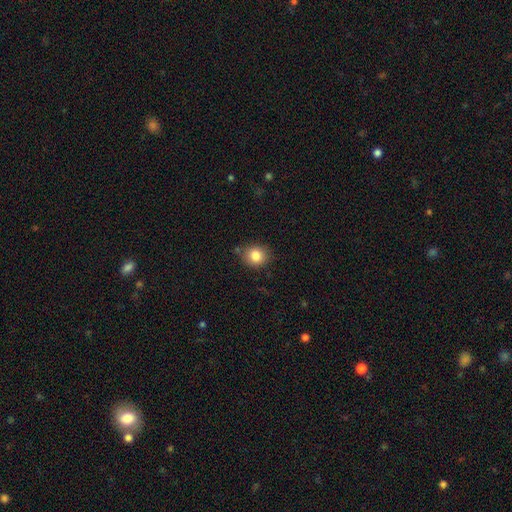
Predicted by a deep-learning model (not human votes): This is clearly a smooth galaxy (83%). How rounded: likely round (74%). Merging: likely none (79%).